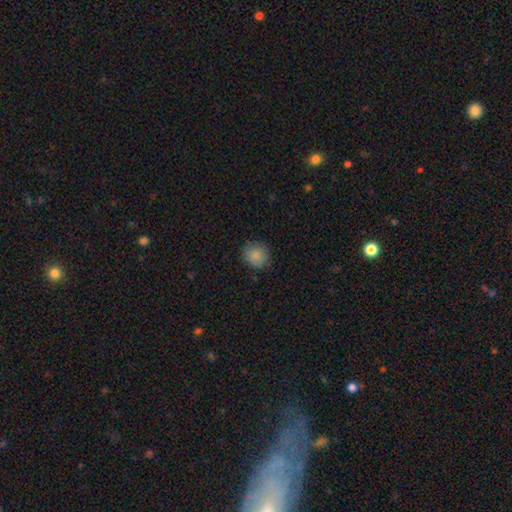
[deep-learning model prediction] This appears to be a smooth galaxy with no disk features (86%) that is round (87%). Merging: none (86%).